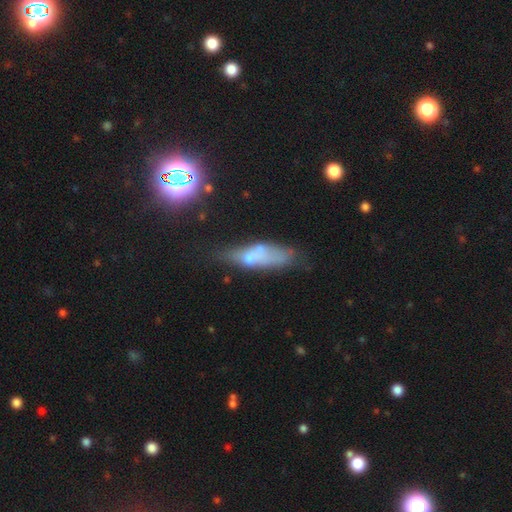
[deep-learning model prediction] Smooth or featured? smooth (50%)
How rounded? in between (53%)
Merging? none (36%)